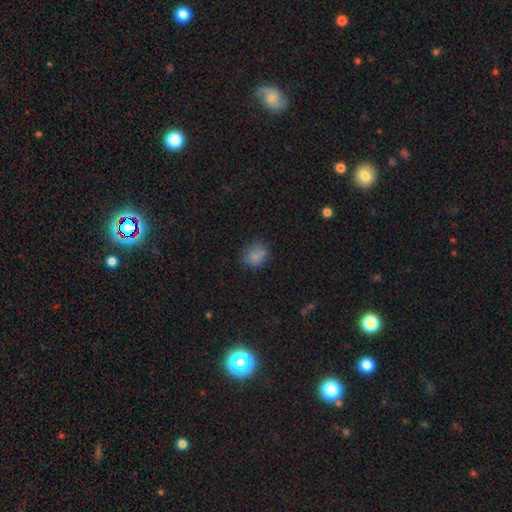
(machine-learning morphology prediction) smooth-or-featured: smooth: 76% | star or artifact: 12% | featured or disk: 12%
  how-rounded: round: 68% | in between: 31% | cigar-shaped: 1%
  merging: none: 61% | minor disturbance: 20% | merger: 12% | major disturbance: 7%